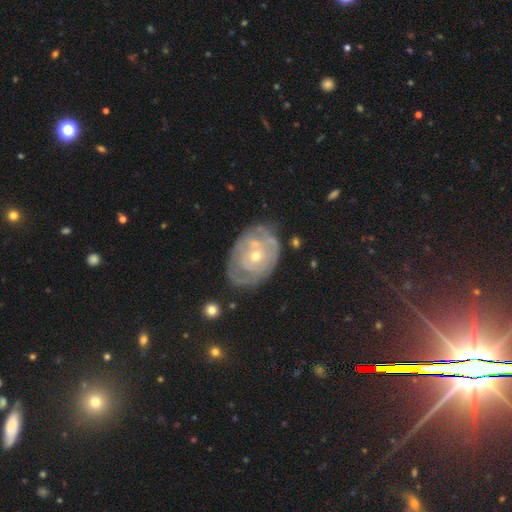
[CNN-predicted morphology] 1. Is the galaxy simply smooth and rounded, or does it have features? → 75% featured or disk, 19% smooth, 7% star or artifact.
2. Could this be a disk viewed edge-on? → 96% no, 4% yes.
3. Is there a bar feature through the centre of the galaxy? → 83% no, 14% weak, 3% strong.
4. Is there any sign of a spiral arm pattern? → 64% yes, 36% no.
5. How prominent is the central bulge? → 59% small, 38% moderate, 2% large, 1% none, 1% dominant.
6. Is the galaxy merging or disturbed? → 62% none, 23% minor disturbance, 9% major disturbance, 5% merger.